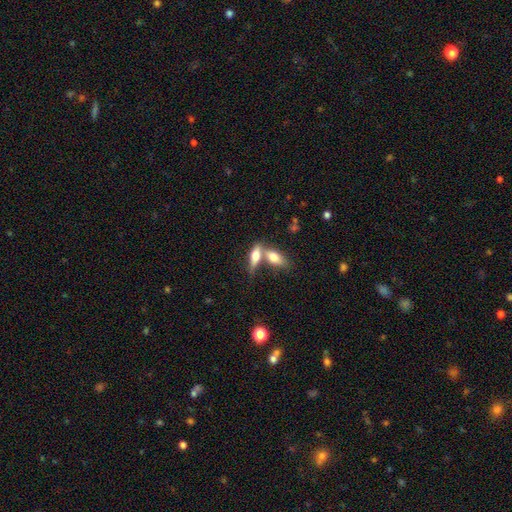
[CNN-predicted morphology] type=smooth (68%); roundness=in between (65%); merging=merger (54%).